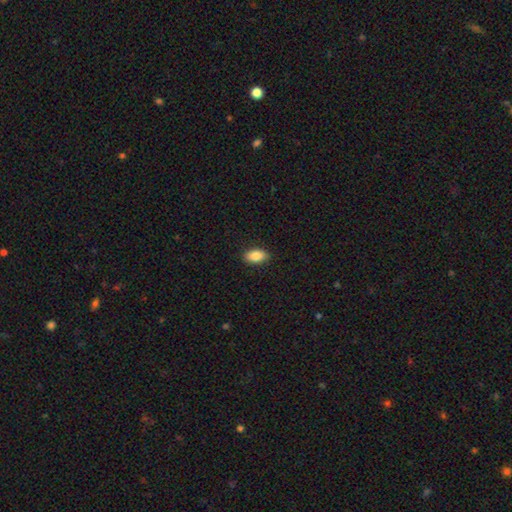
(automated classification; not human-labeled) The model was most divided on "merging": none: 88%, minor disturbance: 9%, major disturbance: 2%, merger: 1%. More confident: how rounded — in between (92%); smooth or featured — smooth (88%).